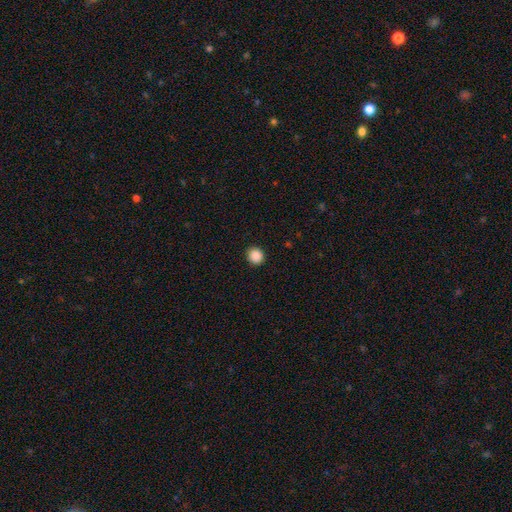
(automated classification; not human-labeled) Morphology: type=smooth (89%); roundness=round (85%); merging=none (92%).